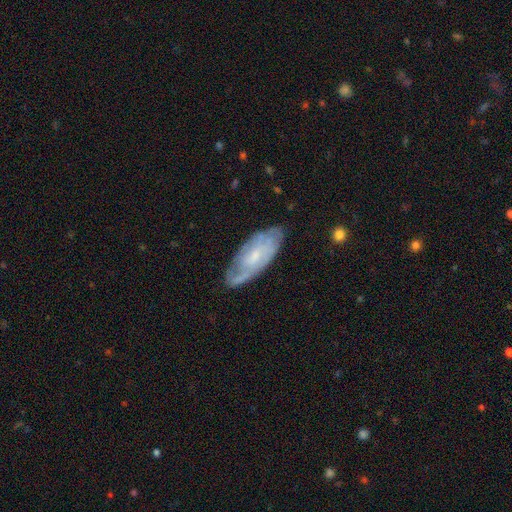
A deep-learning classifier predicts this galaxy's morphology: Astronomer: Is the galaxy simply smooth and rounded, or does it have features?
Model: featured or disk — 67%.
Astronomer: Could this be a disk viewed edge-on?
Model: no — 88%.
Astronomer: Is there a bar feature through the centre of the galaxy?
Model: no — 64%.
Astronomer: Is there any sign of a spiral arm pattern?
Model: yes — 82%.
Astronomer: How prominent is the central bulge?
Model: small — 57%.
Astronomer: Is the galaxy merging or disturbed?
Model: none — 69%.